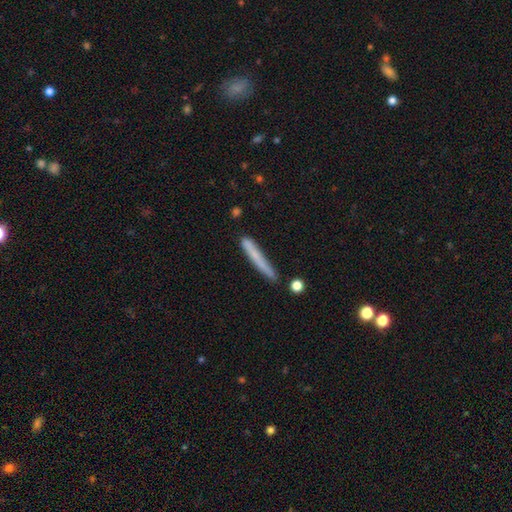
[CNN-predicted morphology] smooth-or-featured: smooth: 67% | featured or disk: 26% | star or artifact: 8%
  how-rounded: cigar-shaped: 96% | in between: 3% | round: 1%
  merging: none: 76% | minor disturbance: 16% | merger: 4% | major disturbance: 4%